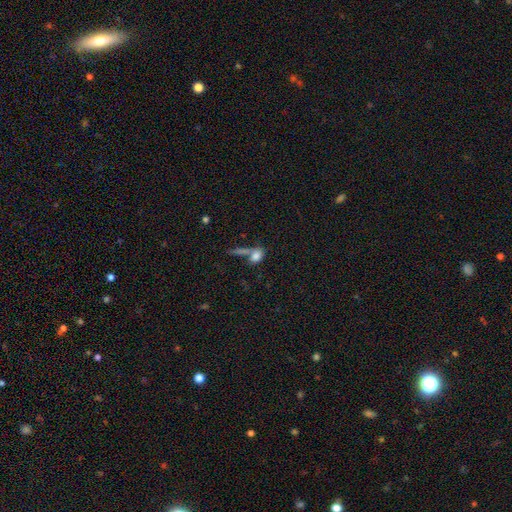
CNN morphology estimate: smooth-or-featured: smooth: 75% | featured or disk: 14% | star or artifact: 11%
  how-rounded: in between: 69% | round: 20% | cigar-shaped: 11%
  merging: none: 39% | merger: 38% | minor disturbance: 12% | major disturbance: 11%